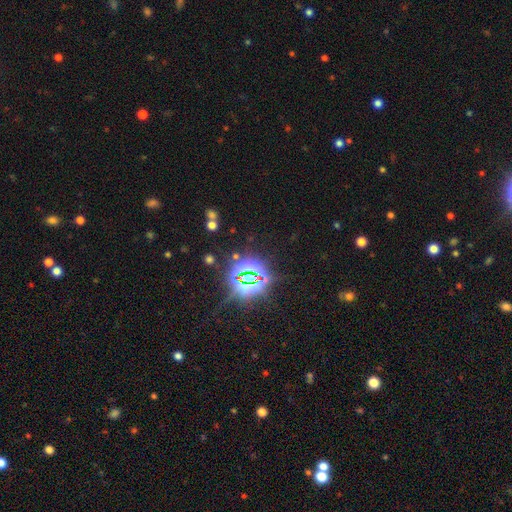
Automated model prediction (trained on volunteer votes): Smooth or featured? Predicted: star or artifact (p=0.81).